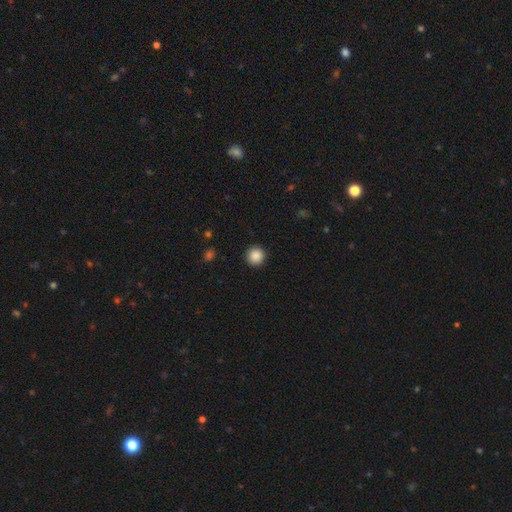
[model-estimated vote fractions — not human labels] This appears to be a smooth galaxy with no disk features (88%) that is round (95%). Merging: none (92%).